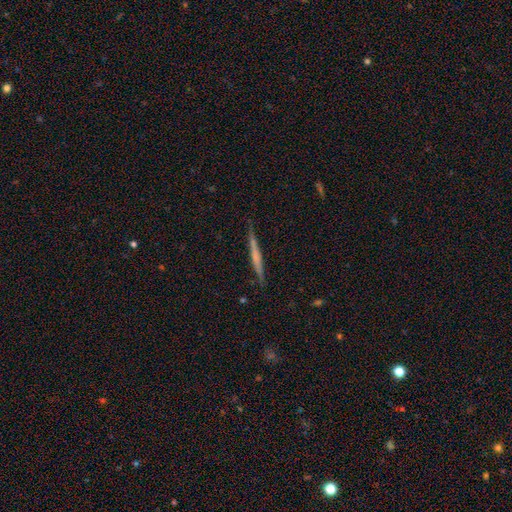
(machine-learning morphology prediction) This appears to be a featured or disk galaxy (53%) viewed edge-on (97%) with no central bulge (68%). Merging: none (86%).